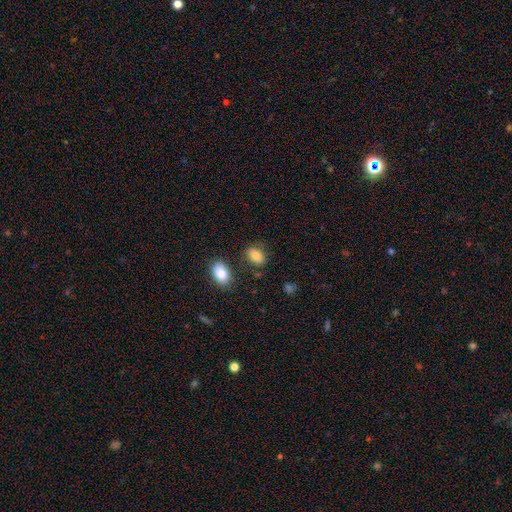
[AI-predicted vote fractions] smooth-or-featured: smooth: 82% | featured or disk: 9% | star or artifact: 9%
  how-rounded: in between: 84% | round: 15% | cigar-shaped: 2%
  merging: none: 73% | minor disturbance: 16% | merger: 6% | major disturbance: 5%